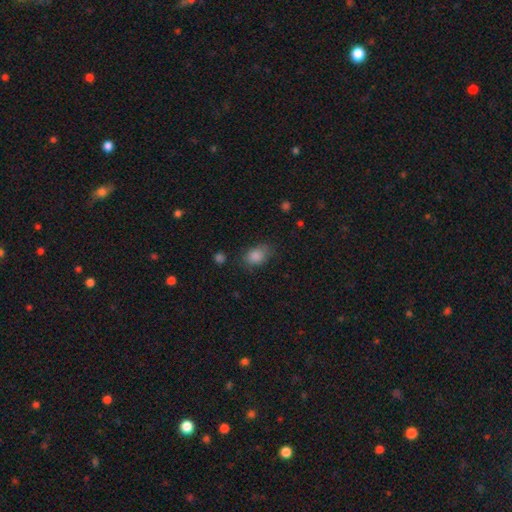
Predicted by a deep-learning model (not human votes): Smooth or featured?
  - smooth: 84% *
  - star or artifact: 10%
  - featured or disk: 6%
How rounded?
  - in between: 80% *
  - round: 18%
  - cigar-shaped: 2%
Merging?
  - none: 74% *
  - minor disturbance: 19%
  - major disturbance: 5%
  - merger: 2%